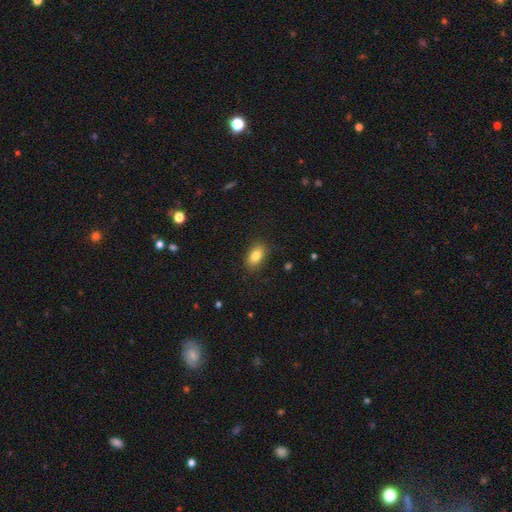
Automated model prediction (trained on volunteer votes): Smooth or featured? Predicted: smooth (p=0.82). How rounded? Predicted: in between (p=0.87). Merging? Predicted: none (p=0.85).